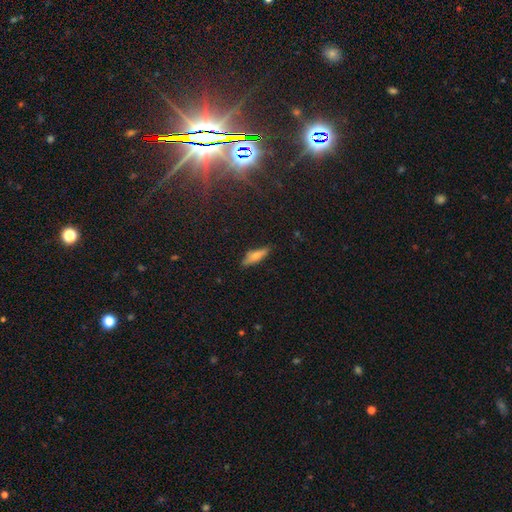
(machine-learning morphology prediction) Smooth or featured?
  - smooth: 60% *
  - featured or disk: 32%
  - star or artifact: 8%
How rounded?
  - cigar-shaped: 59% *
  - in between: 38%
  - round: 3%
Merging?
  - none: 82% *
  - minor disturbance: 14%
  - major disturbance: 3%
  - merger: 2%